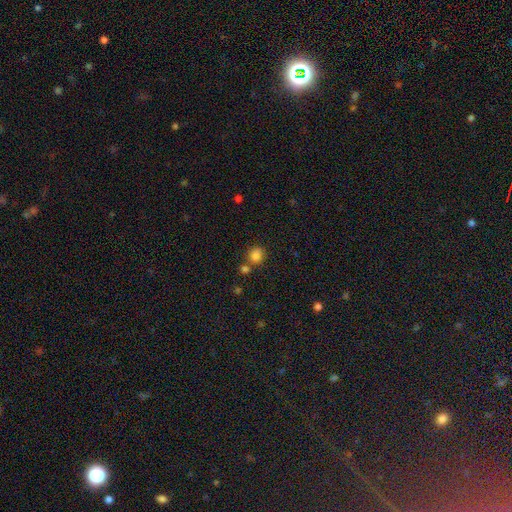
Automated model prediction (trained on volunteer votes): smooth-or-featured: smooth: 82% | star or artifact: 13% | featured or disk: 6%
  how-rounded: round: 73% | in between: 26% | cigar-shaped: 1%
  merging: none: 66% | merger: 18% | minor disturbance: 13% | major disturbance: 4%